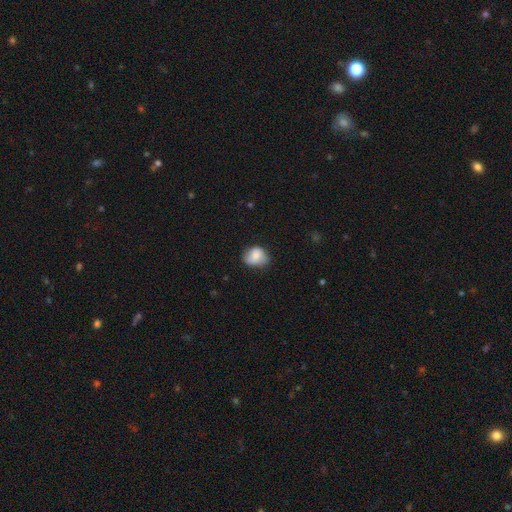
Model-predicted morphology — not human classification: This appears to be a smooth galaxy with no disk features (77%) that is round (50%). Merging: none (57%).